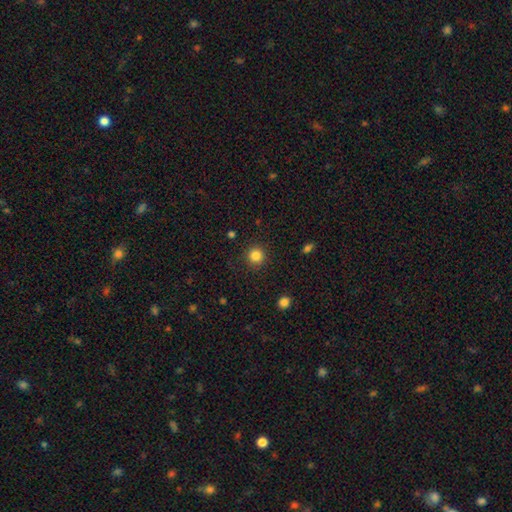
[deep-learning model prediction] smooth-or-featured: smooth: 84% | star or artifact: 11% | featured or disk: 4%
  how-rounded: round: 94% | in between: 5% | cigar-shaped: 1%
  merging: none: 90% | minor disturbance: 6% | major disturbance: 2% | merger: 1%